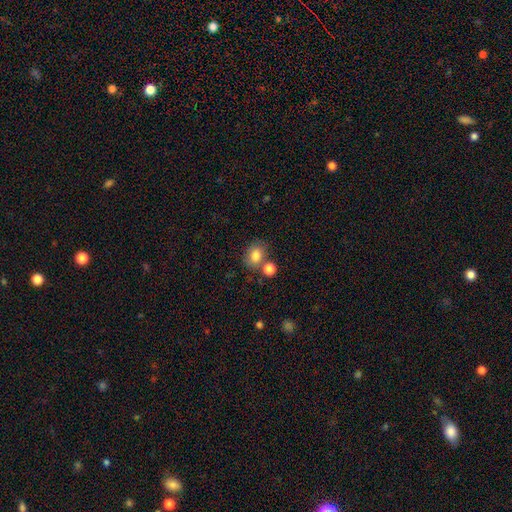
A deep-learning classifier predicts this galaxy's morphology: Q: Smooth or featured?
A: smooth (83%); runner-up: star or artifact (9%)
Q: How rounded?
A: in between (53%); runner-up: round (46%)
Q: Merging?
A: none (62%); runner-up: merger (20%)